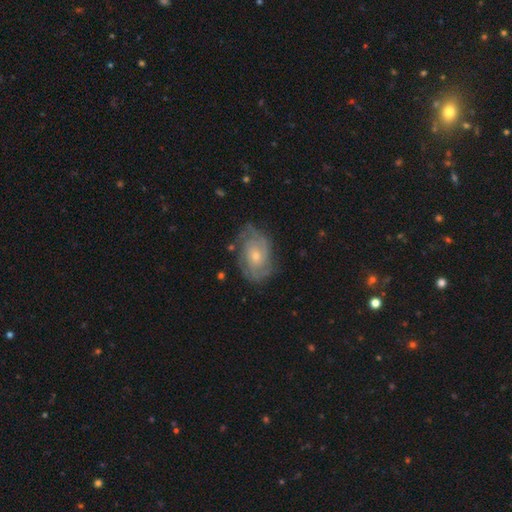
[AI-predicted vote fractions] Q: Smooth or featured?
A: featured or disk (76%); runner-up: smooth (16%)
Q: Edge-on disk?
A: no (96%); runner-up: yes (4%)
Q: Bar?
A: no (74%); runner-up: weak (22%)
Q: Spiral arms?
A: yes (90%); runner-up: no (10%)
Q: Spiral winding?
A: tight (58%); runner-up: medium (32%)
Q: Spiral arm count?
A: can't tell (36%); runner-up: 2 (35%)
Q: Bulge size?
A: small (57%); runner-up: moderate (38%)
Q: Merging?
A: none (72%); runner-up: minor disturbance (19%)